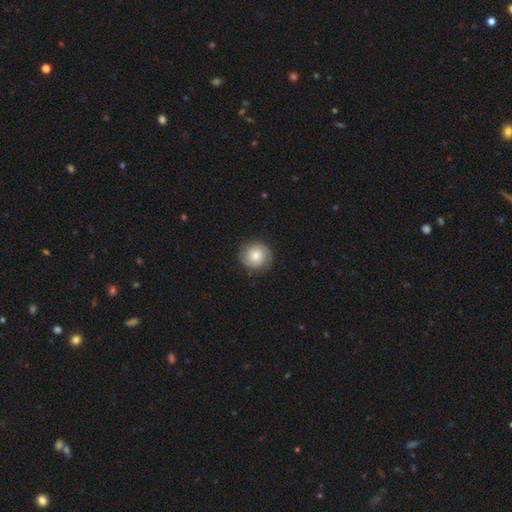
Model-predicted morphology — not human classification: The model was most divided on "smooth or featured": smooth: 71%, featured or disk: 21%, star or artifact: 8%. More confident: how rounded — round (92%); merging — none (85%).